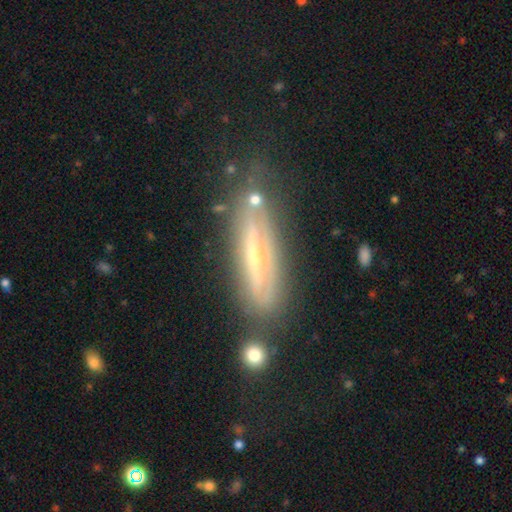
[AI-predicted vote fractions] Smooth or featured?
  - featured or disk: 75% *
  - smooth: 16%
  - star or artifact: 8%
Edge-on disk?
  - yes: 72% *
  - no: 28%
Edge-on bulge?
  - rounded: 72% *
  - none: 22%
  - boxy: 6%
Merging?
  - none: 73% *
  - minor disturbance: 17%
  - major disturbance: 6%
  - merger: 4%